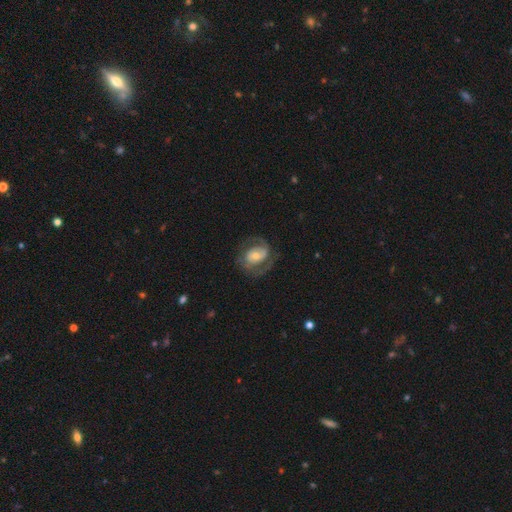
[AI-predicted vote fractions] Smooth or featured? Predicted: featured or disk (p=0.77). Edge-on disk? Predicted: no (p=0.97). Bar? Predicted: no (p=0.54). Spiral arms? Predicted: yes (p=0.89). Spiral winding? Predicted: medium (p=0.47). Spiral arm count? Predicted: 2 (p=0.77). Bulge size? Predicted: moderate (p=0.48). Merging? Predicted: none (p=0.68).